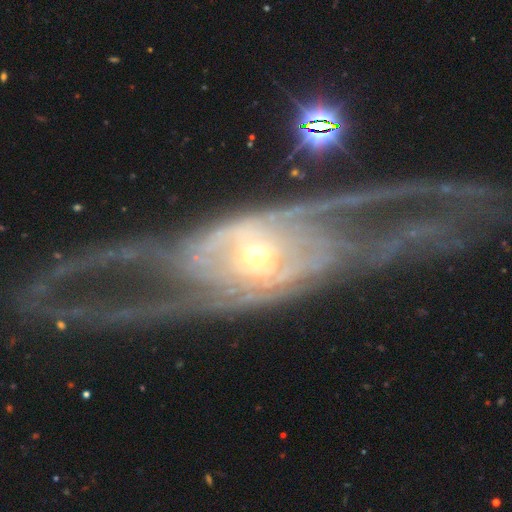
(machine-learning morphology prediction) smooth-or-featured: featured or disk: 88% | smooth: 6% | star or artifact: 5%
  disk-edge-on: no: 86% | yes: 14%
    bar: no: 44% | weak: 31% | strong: 25%
    has-spiral-arms: yes: 89% | no: 11%
      spiral-winding: medium: 39% | tight: 37% | loose: 24%
      spiral-arm-count: 2: 60% | can't tell: 19% | 3: 7% | 1: 5% | 4: 5% | more than 4: 5%
    bulge-size: small: 47% | moderate: 45% | large: 5% | dominant: 1% | none: 1%
  merging: none: 64% | major disturbance: 18% | minor disturbance: 14% | merger: 3%